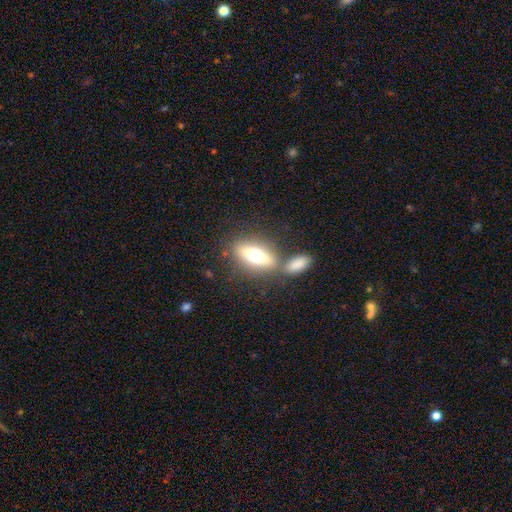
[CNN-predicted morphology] Smooth or featured? Predicted: smooth (p=0.59). How rounded? Predicted: in between (p=0.71). Merging? Predicted: none (p=0.57).